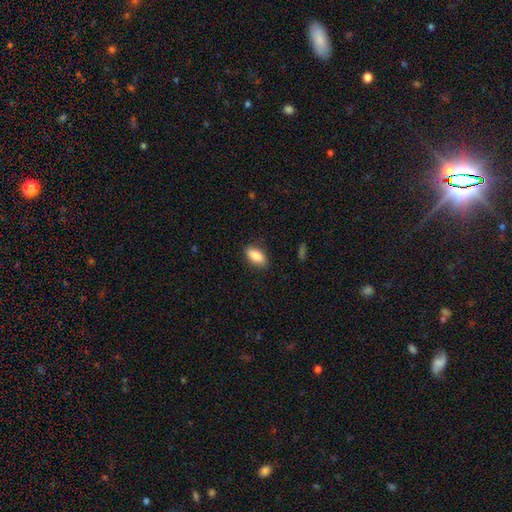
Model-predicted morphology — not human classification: smooth 87%, star or artifact 7%, featured or disk 6%. Down the decision tree: how rounded — in between (88%); merging — none (86%).